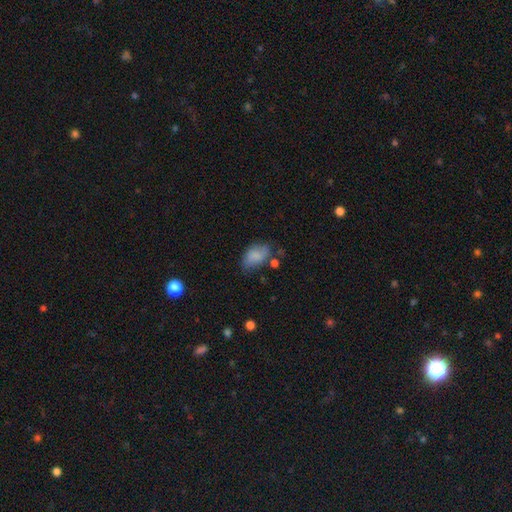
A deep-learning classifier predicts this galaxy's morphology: Smooth or featured: smooth — 79% (featured or disk — 12%)
How rounded: in between — 92% (round — 7%)
Merging: none — 57% (minor disturbance — 28%)